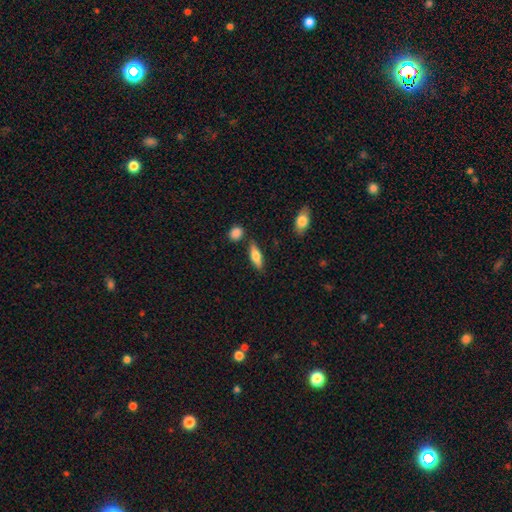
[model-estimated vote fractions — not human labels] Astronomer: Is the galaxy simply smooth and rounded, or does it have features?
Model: smooth — 64%.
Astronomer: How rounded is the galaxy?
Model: in between — 56% (runner-up: cigar-shaped, 41%).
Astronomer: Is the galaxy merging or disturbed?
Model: none — 81%.